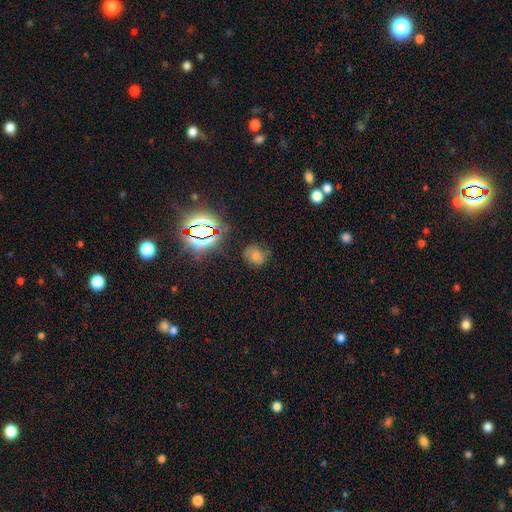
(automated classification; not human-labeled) The model was most divided on "smooth or featured": star or artifact: 45%, smooth: 42%, featured or disk: 13%.